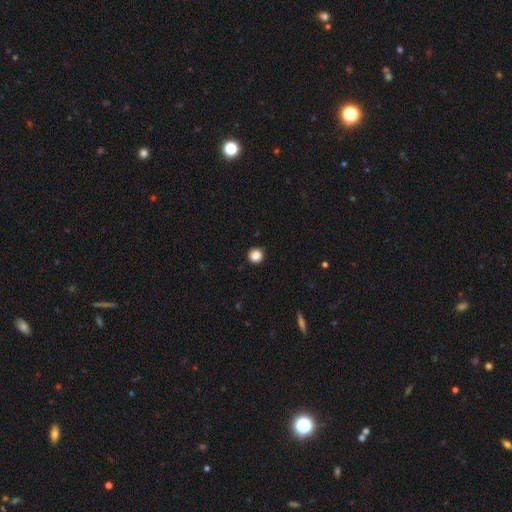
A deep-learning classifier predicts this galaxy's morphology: type=smooth (87%); roundness=round (92%); merging=none (91%).